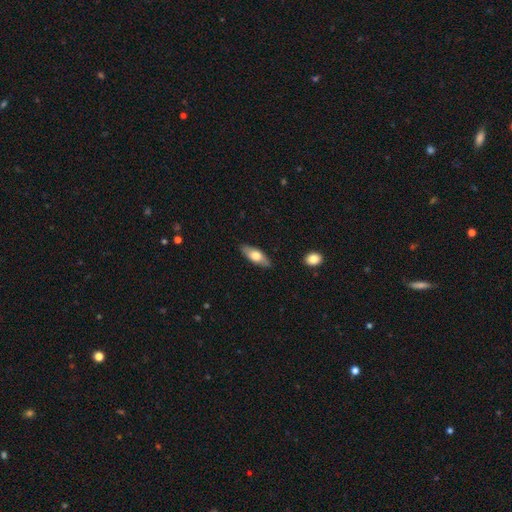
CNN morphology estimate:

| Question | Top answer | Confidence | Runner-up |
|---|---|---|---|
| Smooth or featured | smooth | 63% | featured or disk (31%) |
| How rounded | in between | 73% | cigar-shaped (24%) |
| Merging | none | 85% | minor disturbance (11%) |